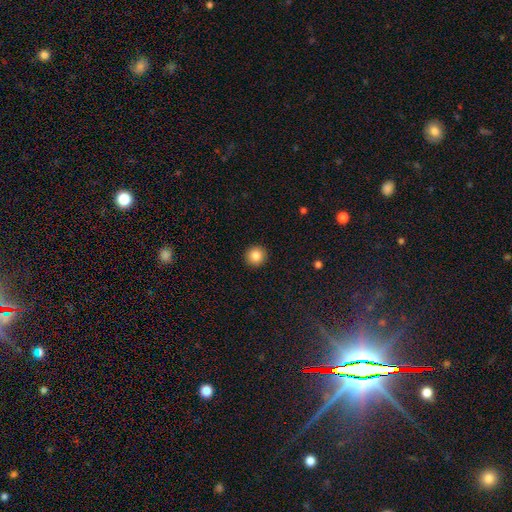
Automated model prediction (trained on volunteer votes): Q: Smooth or featured?
A: smooth (85%); runner-up: star or artifact (10%)
Q: How rounded?
A: round (95%); runner-up: in between (4%)
Q: Merging?
A: none (93%); runner-up: minor disturbance (4%)